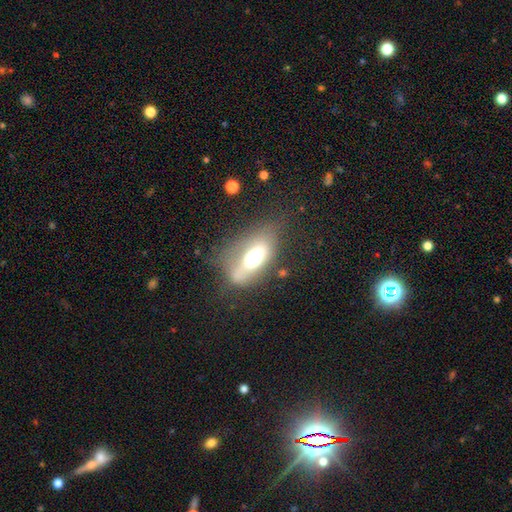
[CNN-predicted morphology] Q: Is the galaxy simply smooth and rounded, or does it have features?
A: smooth — 52%.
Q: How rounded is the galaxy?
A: in between — 83%.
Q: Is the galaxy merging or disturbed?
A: none — 39%.